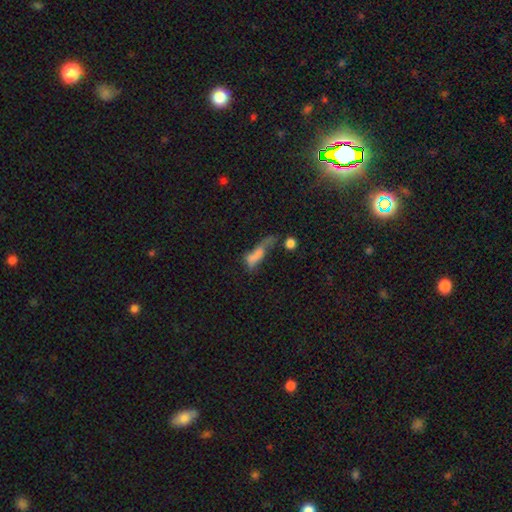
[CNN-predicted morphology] Q: Smooth or featured?
A: smooth (59%); runner-up: featured or disk (26%)
Q: How rounded?
A: in between (51%); runner-up: cigar-shaped (43%)
Q: Merging?
A: major disturbance (35%); runner-up: merger (23%)